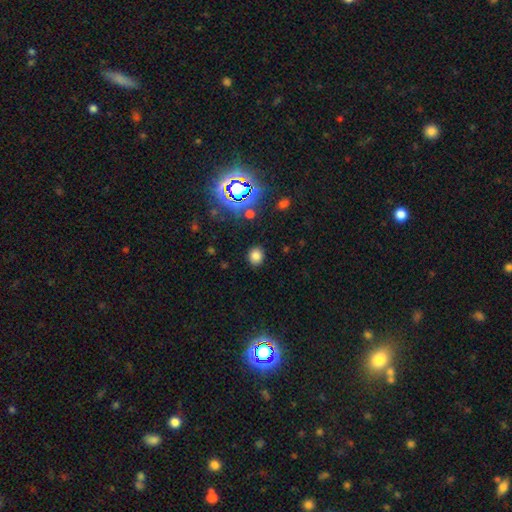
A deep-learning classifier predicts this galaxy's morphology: Smooth or featured? Predicted: smooth (p=0.76). How rounded? Predicted: round (p=0.70). Merging? Predicted: none (p=0.87).